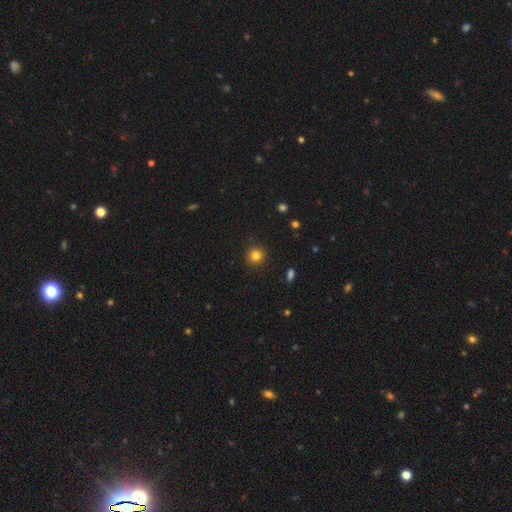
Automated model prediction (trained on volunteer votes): smooth-or-featured: smooth: 82% | star or artifact: 13% | featured or disk: 5%
  how-rounded: round: 94% | in between: 5% | cigar-shaped: 1%
  merging: none: 91% | minor disturbance: 5% | major disturbance: 2% | merger: 1%